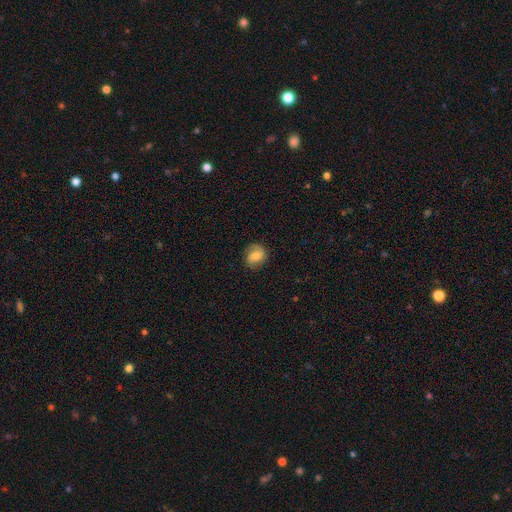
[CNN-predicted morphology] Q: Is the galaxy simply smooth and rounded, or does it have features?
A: smooth — 55%.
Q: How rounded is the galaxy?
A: round — 67%.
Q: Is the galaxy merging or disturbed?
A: none — 73%.